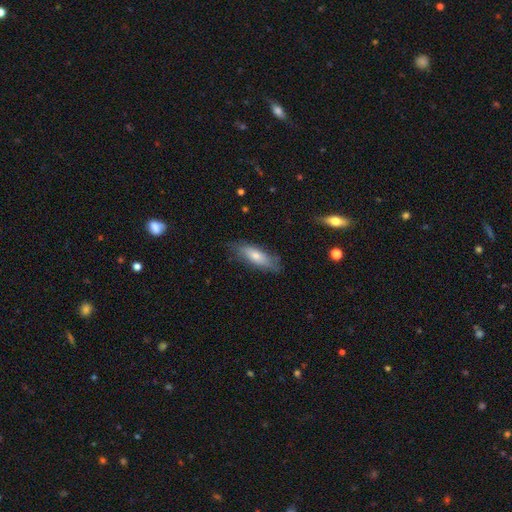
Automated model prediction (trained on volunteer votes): The model was most divided on "how rounded": in between: 51%, cigar-shaped: 47%, round: 2%. More confident: merging — none (77%); smooth or featured — smooth (62%).